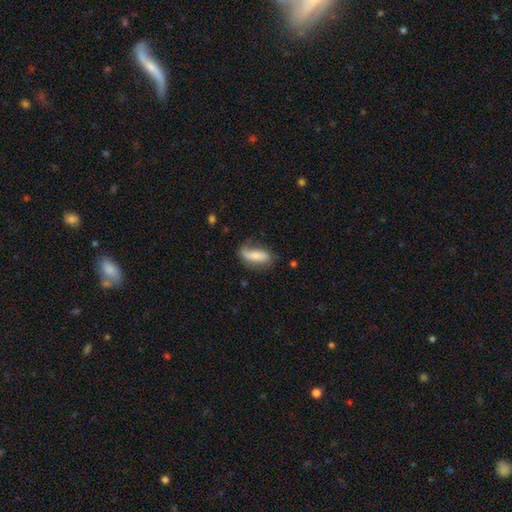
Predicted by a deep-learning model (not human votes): This appears to be a smooth galaxy with no disk features (57%) that is in between round and cigar-shaped (75%). Merging: none (50%).